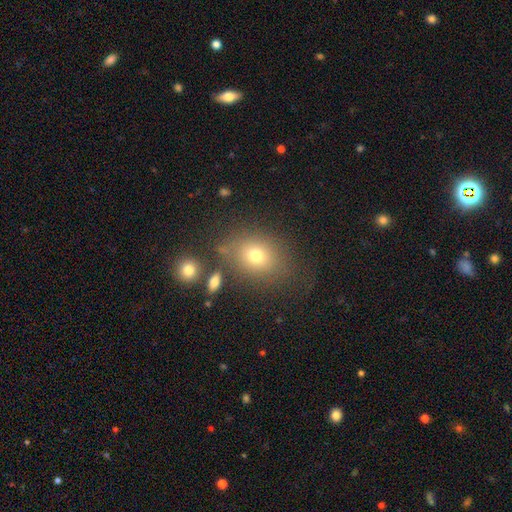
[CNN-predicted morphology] Smooth or featured? Predicted: smooth (p=0.72). How rounded? Predicted: in between (p=0.53). Merging? Predicted: none (p=0.73).